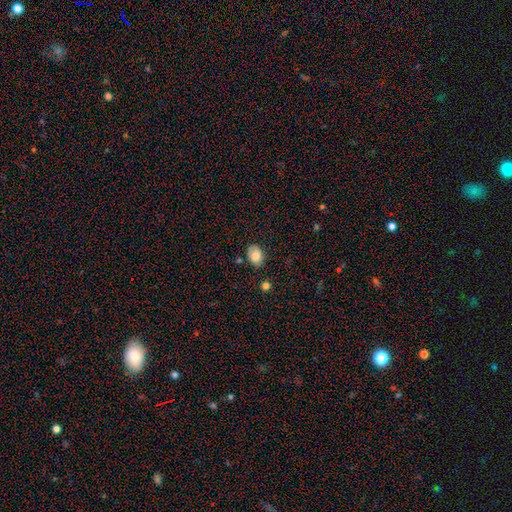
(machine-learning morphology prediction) smooth-or-featured: smooth: 83% | featured or disk: 9% | star or artifact: 8%
  how-rounded: in between: 77% | round: 22% | cigar-shaped: 1%
  merging: none: 76% | minor disturbance: 17% | merger: 3% | major disturbance: 3%